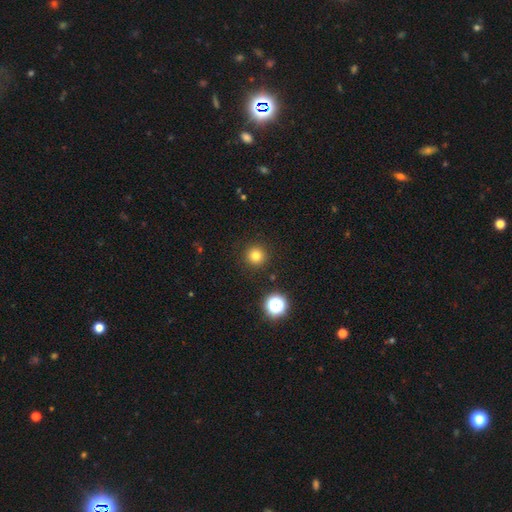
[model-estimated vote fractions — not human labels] smooth-or-featured: smooth: 79% | star or artifact: 15% | featured or disk: 6%
  how-rounded: round: 96% | in between: 3% | cigar-shaped: 1%
  merging: none: 92% | minor disturbance: 5% | major disturbance: 2% | merger: 1%